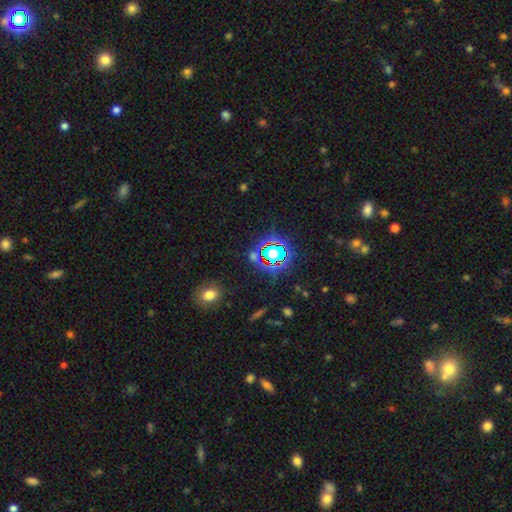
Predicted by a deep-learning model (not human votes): A star or artifact, not a galaxy (72%).